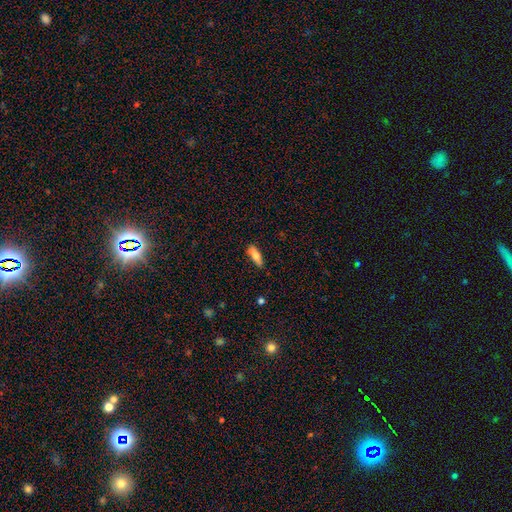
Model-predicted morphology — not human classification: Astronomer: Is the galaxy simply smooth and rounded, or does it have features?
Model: smooth — 70%.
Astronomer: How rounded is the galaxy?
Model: in between — 55% (runner-up: cigar-shaped, 42%).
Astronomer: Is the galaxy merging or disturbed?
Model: none — 71%.